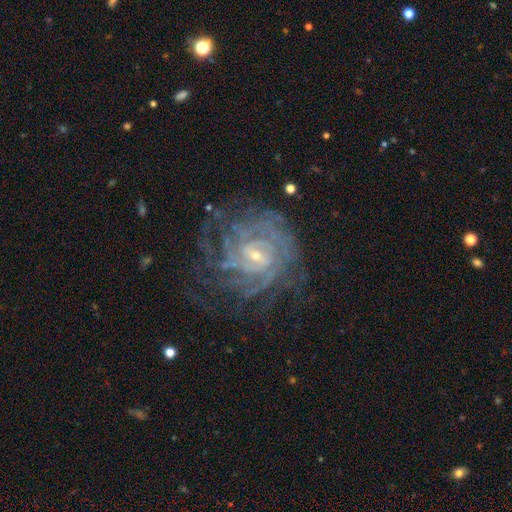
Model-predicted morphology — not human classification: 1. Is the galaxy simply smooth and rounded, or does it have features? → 89% featured or disk, 6% star or artifact, 5% smooth.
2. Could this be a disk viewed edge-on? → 97% no, 3% yes.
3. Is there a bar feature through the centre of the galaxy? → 50% weak, 32% no, 18% strong.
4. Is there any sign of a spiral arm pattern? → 97% yes, 3% no.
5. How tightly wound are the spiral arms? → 73% tight, 22% medium, 4% loose.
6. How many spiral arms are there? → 31% can't tell, 21% 4, 18% more than 4, 12% 3, 11% 2, 7% 1.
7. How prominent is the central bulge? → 75% small, 21% moderate, 2% none, 1% large, 1% dominant.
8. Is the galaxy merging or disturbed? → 70% none, 17% minor disturbance, 12% major disturbance, 1% merger.